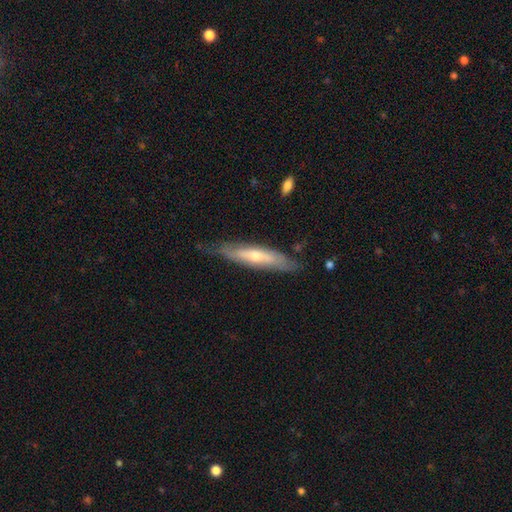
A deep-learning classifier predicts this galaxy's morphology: Smooth or featured? featured or disk (54%)
Edge-on disk? yes (67%)
Merging? none (72%)